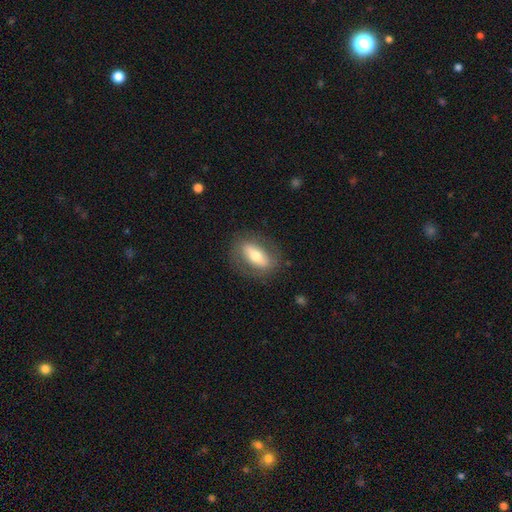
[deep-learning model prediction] Smooth or featured?
  - smooth: 51% *
  - featured or disk: 42%
  - star or artifact: 7%
How rounded?
  - in between: 75% *
  - cigar-shaped: 16%
  - round: 8%
Merging?
  - none: 81% *
  - minor disturbance: 12%
  - major disturbance: 5%
  - merger: 1%